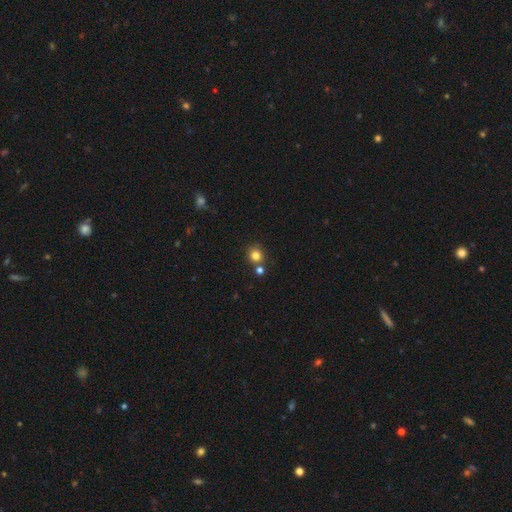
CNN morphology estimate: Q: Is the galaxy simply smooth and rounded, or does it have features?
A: smooth — 81%.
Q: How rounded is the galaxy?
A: round — 85%.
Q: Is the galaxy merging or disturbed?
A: none — 70%.